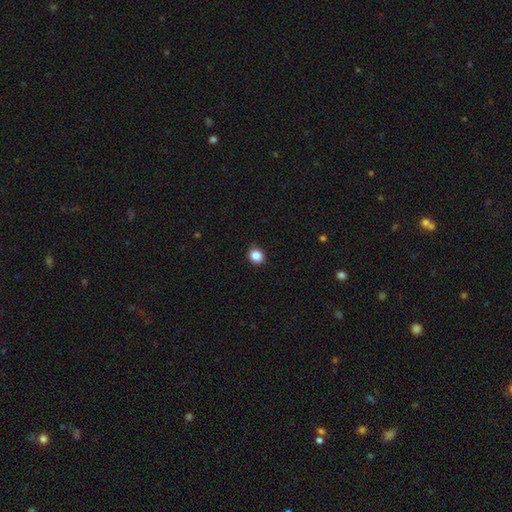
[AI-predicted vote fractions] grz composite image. It shows a smooth galaxy with no disk features (86%) that is round (84%). Merging: none (89%).